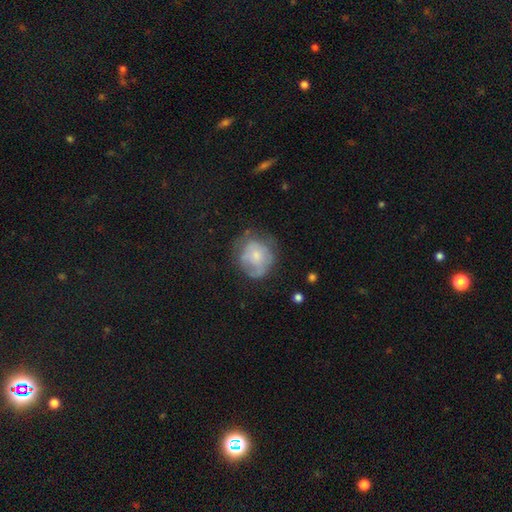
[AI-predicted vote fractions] This is possibly a smooth galaxy (51%). How rounded: likely round (76%). Merging: possibly none (51%).